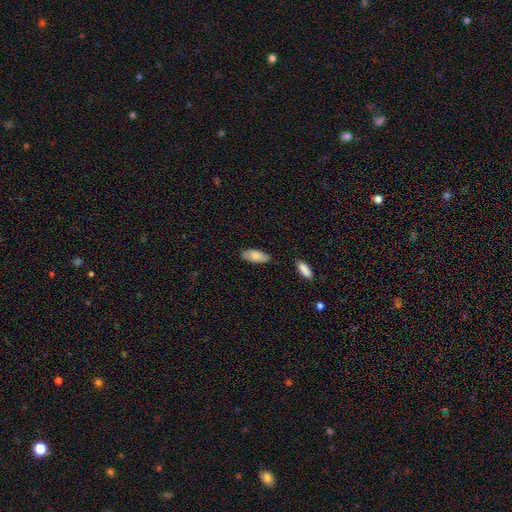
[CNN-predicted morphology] This appears to be a smooth galaxy with no disk features (80%) that is in between round and cigar-shaped (85%). Merging: none (77%).